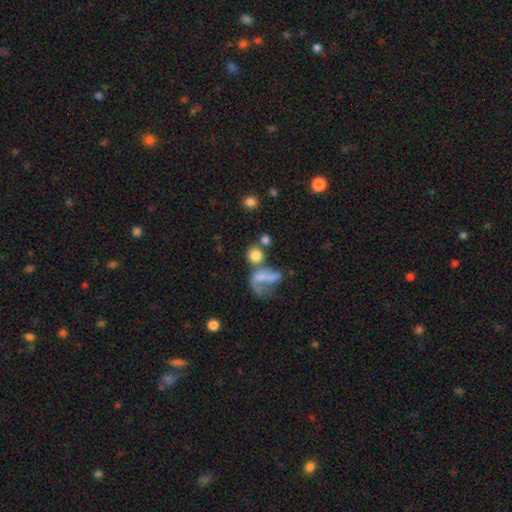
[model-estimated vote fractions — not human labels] This is likely a smooth galaxy (73%). How rounded: likely round (78%). Merging: marginally none (40%).